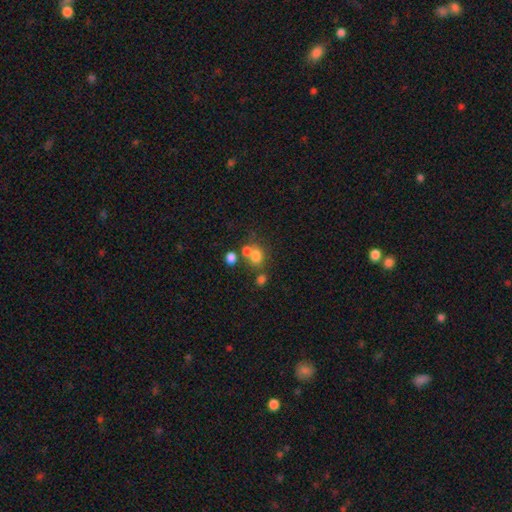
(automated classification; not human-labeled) A smooth galaxy with no disk features (71%) that is round (66%). Merging: none (47%).